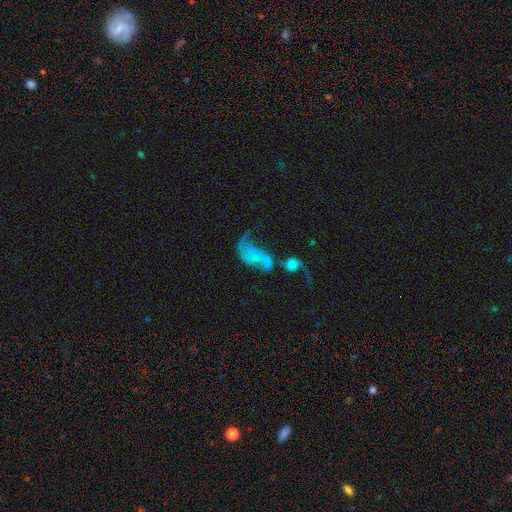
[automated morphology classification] Smooth or featured? Predicted: featured or disk (p=0.62). Edge-on disk? Predicted: no (p=0.96). Bar? Predicted: no (p=0.75). Spiral arms? Predicted: yes (p=0.62). Bulge size? Predicted: none (p=0.55). Merging? Predicted: merger (p=0.49).